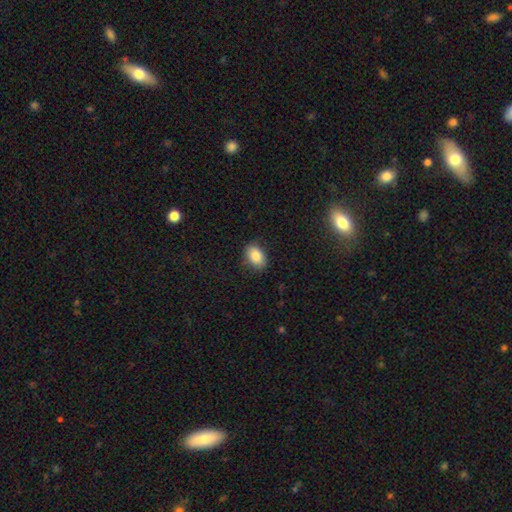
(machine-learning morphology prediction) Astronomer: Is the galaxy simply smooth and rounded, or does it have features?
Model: smooth — 86%.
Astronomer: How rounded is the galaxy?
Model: in between — 84%.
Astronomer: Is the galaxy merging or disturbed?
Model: none — 82%.